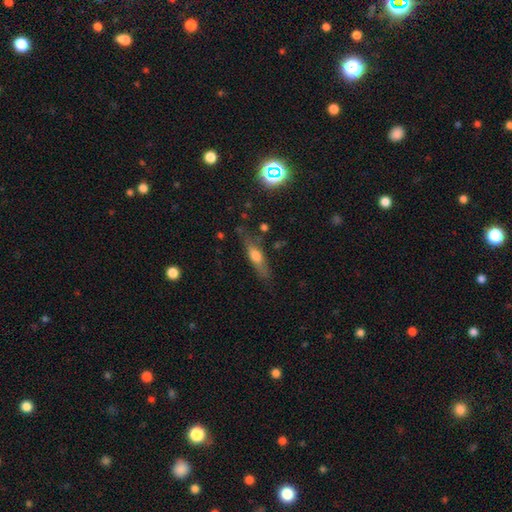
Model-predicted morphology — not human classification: smooth-or-featured: smooth: 50% | featured or disk: 41% | star or artifact: 8%
  how-rounded: cigar-shaped: 68% | in between: 29% | round: 3%
  merging: none: 73% | minor disturbance: 18% | major disturbance: 5% | merger: 3%